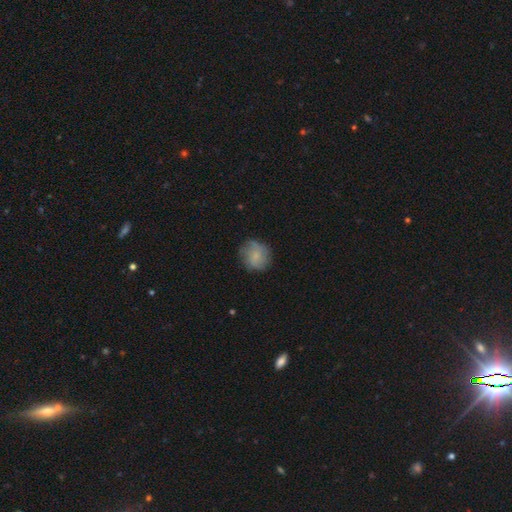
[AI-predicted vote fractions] This is likely a smooth galaxy (67%). How rounded: clearly round (86%). Merging: likely none (73%).